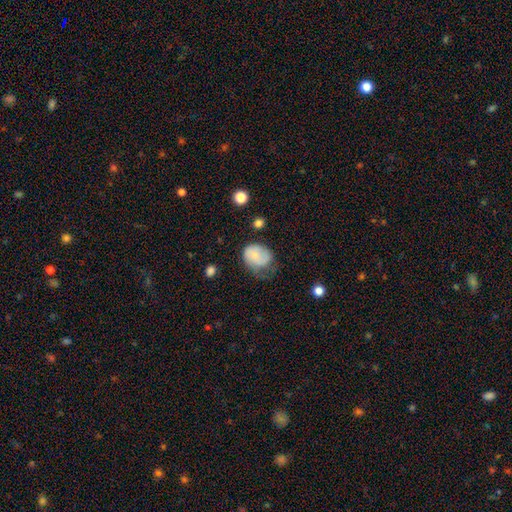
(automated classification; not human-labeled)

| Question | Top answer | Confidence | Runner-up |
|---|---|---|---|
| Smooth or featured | smooth | 65% | featured or disk (27%) |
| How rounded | in between | 50% | round (49%) |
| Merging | minor disturbance | 38% | none (33%) |